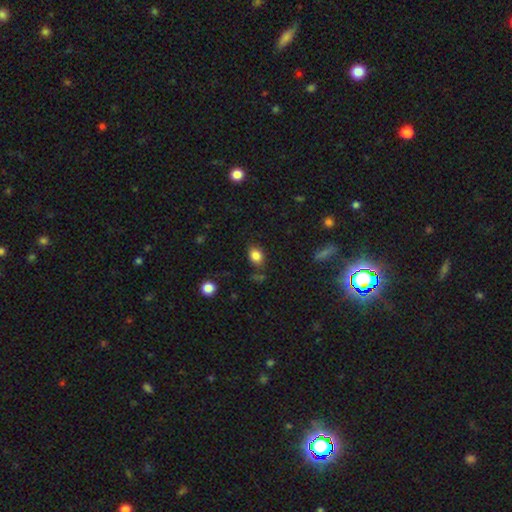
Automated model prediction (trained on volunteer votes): Morphology: type=smooth (83%); roundness=in between (61%); merging=none (77%).